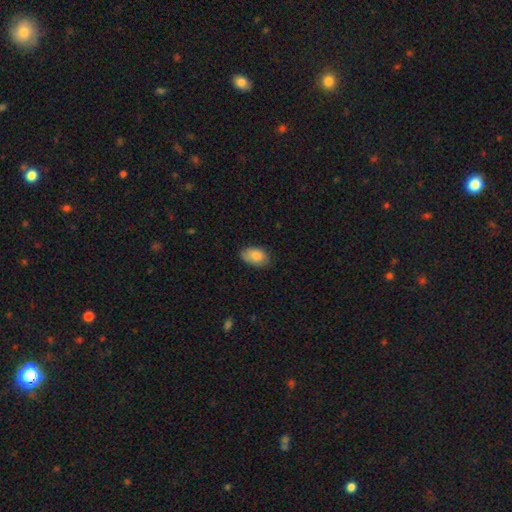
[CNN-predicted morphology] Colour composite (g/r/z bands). It shows a smooth galaxy with no disk features (84%) that is in between round and cigar-shaped (92%). Merging: none (76%).